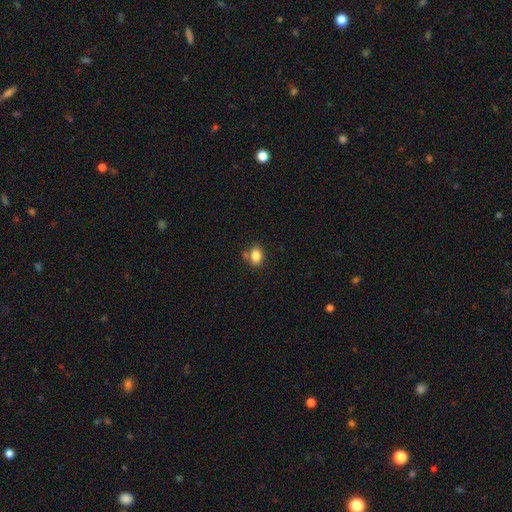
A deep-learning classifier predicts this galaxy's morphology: Smooth or featured? Predicted: smooth (p=0.84). How rounded? Predicted: in between (p=0.70). Merging? Predicted: none (p=0.68).